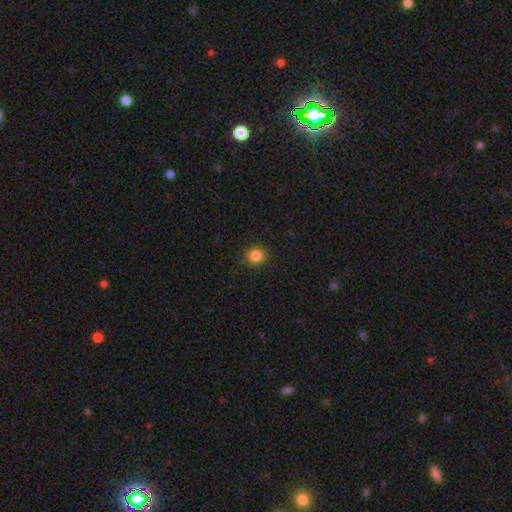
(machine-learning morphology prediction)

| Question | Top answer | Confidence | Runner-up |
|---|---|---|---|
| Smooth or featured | smooth | 85% | star or artifact (11%) |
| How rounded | round | 85% | in between (14%) |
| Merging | none | 89% | minor disturbance (8%) |